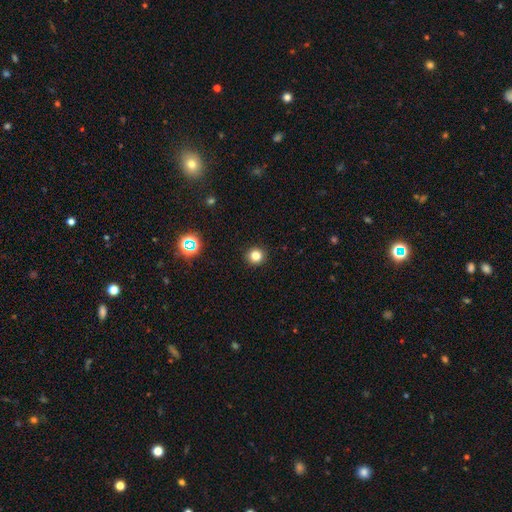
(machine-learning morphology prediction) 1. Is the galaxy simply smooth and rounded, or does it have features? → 81% smooth, 14% star or artifact, 5% featured or disk.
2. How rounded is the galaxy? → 93% round, 6% in between, 1% cigar-shaped.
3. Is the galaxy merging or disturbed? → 92% none, 5% minor disturbance, 2% major disturbance, 1% merger.